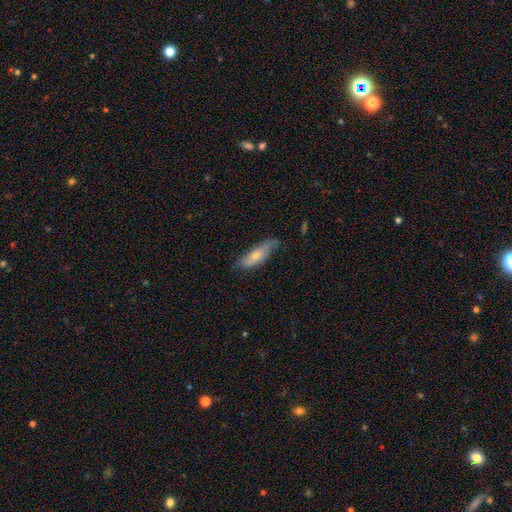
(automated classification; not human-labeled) Overall: smooth (54%; featured or disk 39%). How rounded: in between (51%; cigar-shaped 47%). Merging: none (67%).